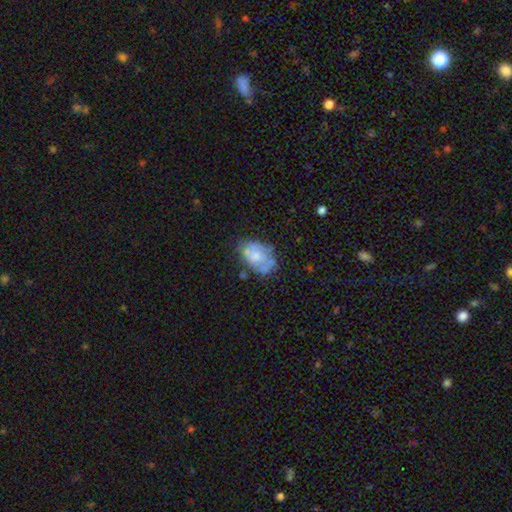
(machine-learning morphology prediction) Q: Smooth or featured?
A: featured or disk (49%); runner-up: smooth (43%)
Q: Merging?
A: none (47%); runner-up: minor disturbance (29%)